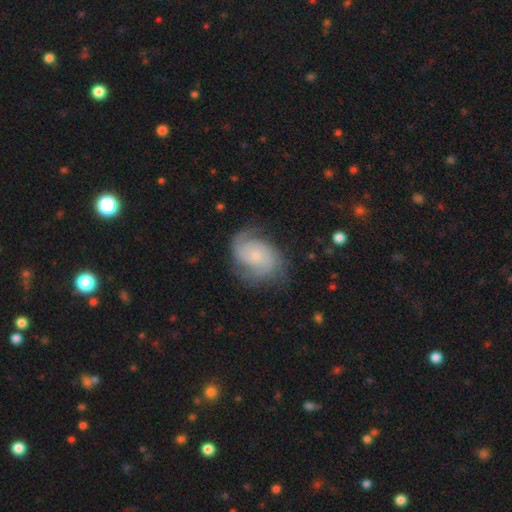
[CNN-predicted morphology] Q: Smooth or featured?
A: featured or disk (77%); runner-up: smooth (17%)
Q: Edge-on disk?
A: no (98%); runner-up: yes (2%)
Q: Bar?
A: no (74%); runner-up: weak (22%)
Q: Spiral arms?
A: yes (95%); runner-up: no (5%)
Q: Spiral winding?
A: medium (42%); runner-up: tight (41%)
Q: Spiral arm count?
A: 2 (57%); runner-up: can't tell (17%)
Q: Bulge size?
A: small (72%); runner-up: moderate (20%)
Q: Merging?
A: none (68%); runner-up: minor disturbance (20%)